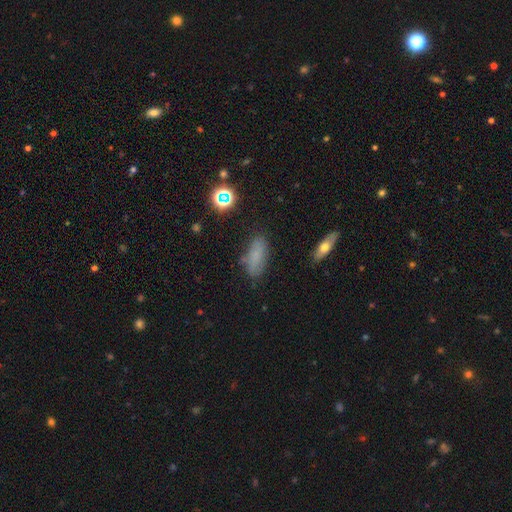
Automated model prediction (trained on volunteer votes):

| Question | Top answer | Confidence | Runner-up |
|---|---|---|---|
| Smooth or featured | smooth | 72% | star or artifact (14%) |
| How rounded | in between | 78% | cigar-shaped (18%) |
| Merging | none | 72% | minor disturbance (19%) |